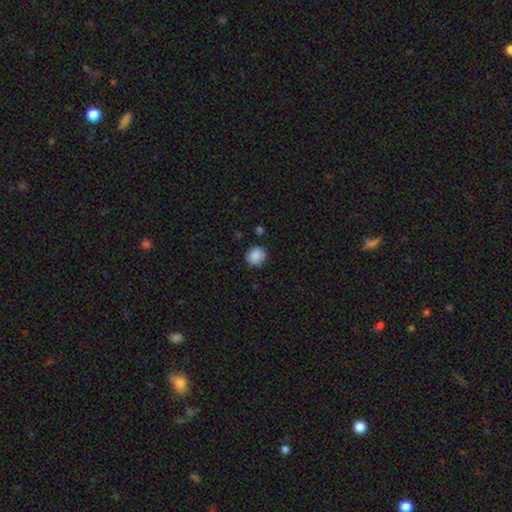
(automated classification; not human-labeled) smooth_or_featured: smooth (p=0.87) [alt: star or artifact p=0.09]
how_rounded: round (p=0.83) [alt: in between p=0.16]
merging: none (p=0.81) [alt: minor disturbance p=0.14]